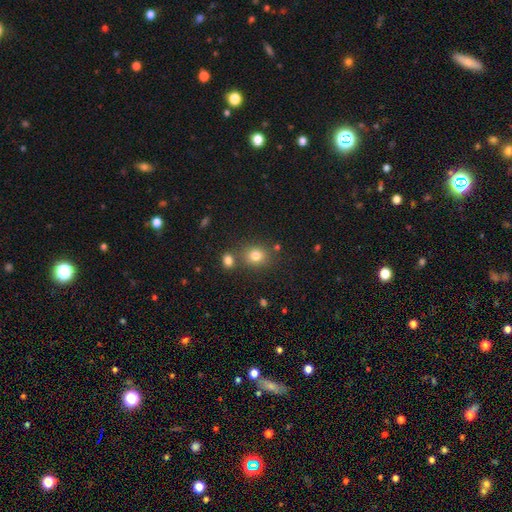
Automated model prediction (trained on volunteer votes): This appears to be a smooth galaxy with no disk features (79%) that is round (69%). Merging: none (70%).